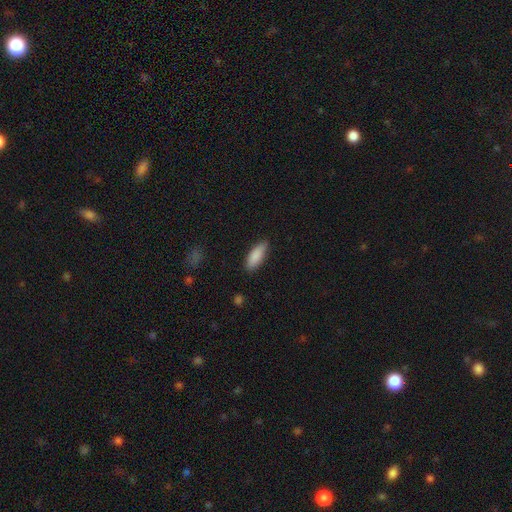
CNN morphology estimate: A smooth galaxy with no disk features (88%) that is in between round and cigar-shaped (67%). Merging: none (83%).